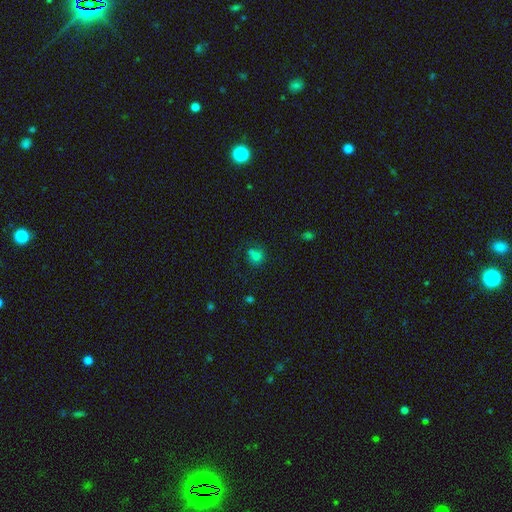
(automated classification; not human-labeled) Smooth or featured: smooth — 73% (star or artifact — 18%)
How rounded: round — 69% (in between — 29%)
Merging: none — 55% (minor disturbance — 21%)